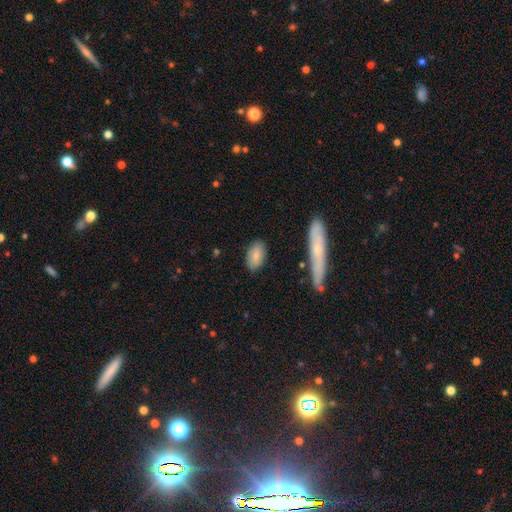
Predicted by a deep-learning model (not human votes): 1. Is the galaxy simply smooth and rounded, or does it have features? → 80% smooth, 13% featured or disk, 7% star or artifact.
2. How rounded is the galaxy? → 91% in between, 5% round, 4% cigar-shaped.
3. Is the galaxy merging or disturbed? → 84% none, 12% minor disturbance, 3% major disturbance, 2% merger.